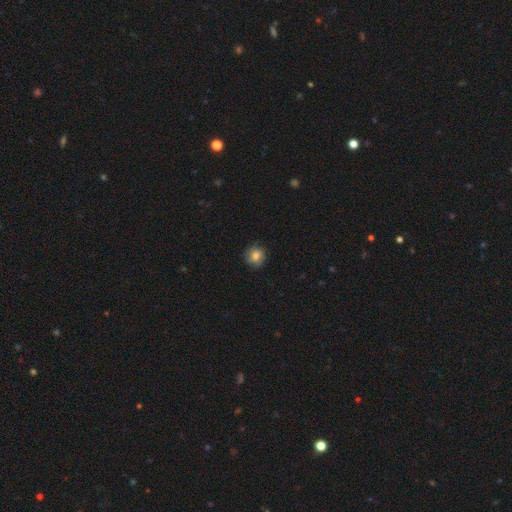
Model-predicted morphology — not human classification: smooth-or-featured: smooth: 69% | featured or disk: 20% | star or artifact: 11%
  how-rounded: round: 89% | in between: 10% | cigar-shaped: 1%
  merging: none: 81% | minor disturbance: 15% | major disturbance: 4% | merger: 1%